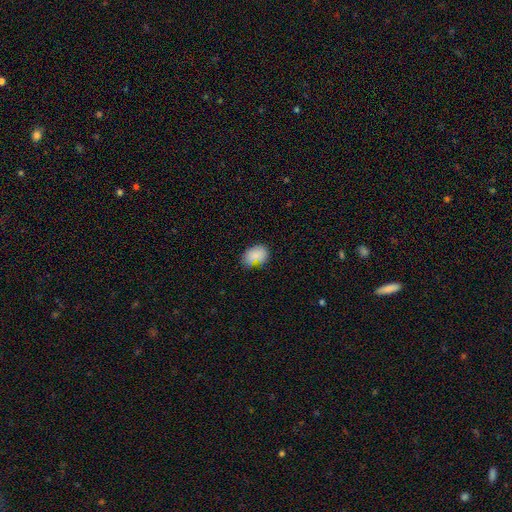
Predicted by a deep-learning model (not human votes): smooth 83%, star or artifact 10%, featured or disk 8%. Down the decision tree: how rounded — in between (76%); merging — none (62%).